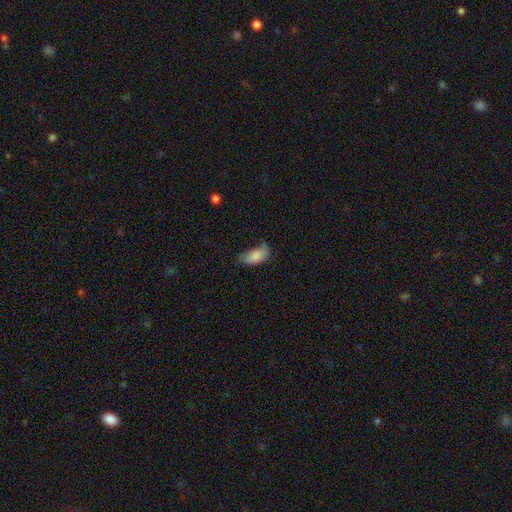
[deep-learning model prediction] smooth_or_featured: smooth (p=0.84) [alt: featured or disk p=0.08]
how_rounded: in between (p=0.93) [alt: cigar-shaped p=0.04]
merging: none (p=0.46) [alt: minor disturbance p=0.39]